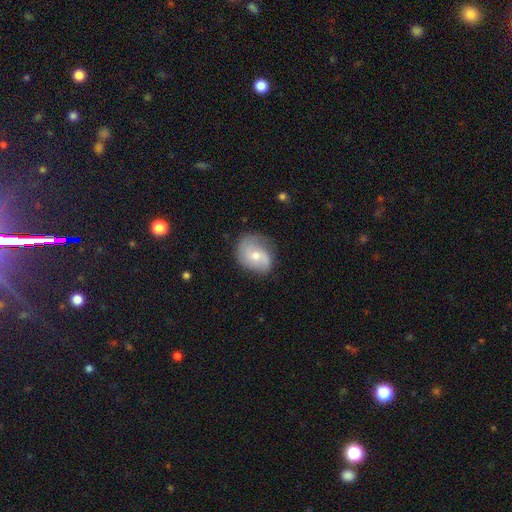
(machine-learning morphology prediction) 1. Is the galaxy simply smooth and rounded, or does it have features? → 64% featured or disk, 29% smooth, 7% star or artifact.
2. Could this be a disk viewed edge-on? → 97% no, 3% yes.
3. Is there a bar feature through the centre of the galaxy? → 66% no, 28% weak, 5% strong.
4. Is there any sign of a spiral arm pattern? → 88% yes, 12% no.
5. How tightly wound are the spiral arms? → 40% medium, 31% loose, 29% tight.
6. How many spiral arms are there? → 62% 2, 16% can't tell, 13% 1, 6% 3, 2% 4, 2% more than 4.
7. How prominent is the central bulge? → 51% moderate, 45% small, 2% large, 1% none, 1% dominant.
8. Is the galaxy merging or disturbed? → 65% none, 25% minor disturbance, 9% major disturbance, 1% merger.